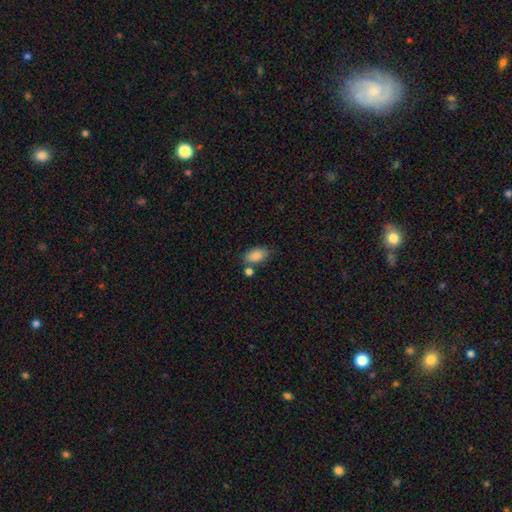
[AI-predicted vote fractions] Q: Smooth or featured?
A: smooth (87%); runner-up: star or artifact (8%)
Q: How rounded?
A: in between (91%); runner-up: round (7%)
Q: Merging?
A: none (64%); runner-up: merger (17%)